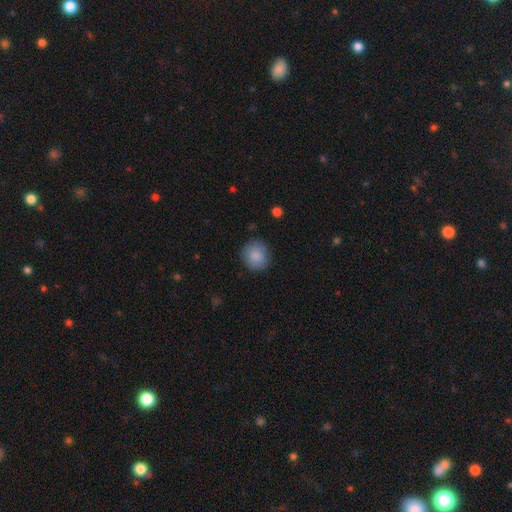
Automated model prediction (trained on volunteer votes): Smooth or featured: smooth — 86% (star or artifact — 7%)
How rounded: round — 86% (in between — 13%)
Merging: none — 83% (minor disturbance — 12%)